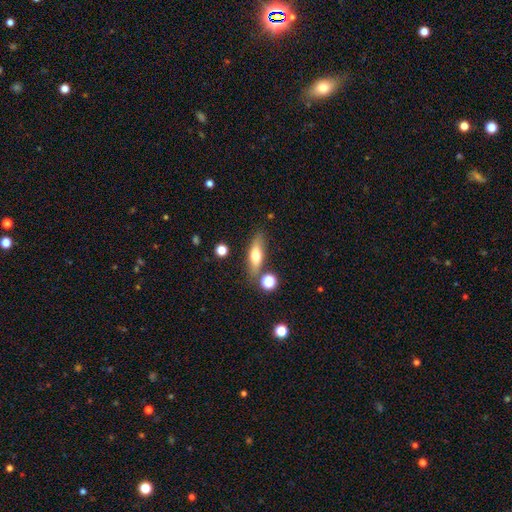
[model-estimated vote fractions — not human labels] Smooth or featured?
  - smooth: 62% *
  - featured or disk: 30%
  - star or artifact: 8%
How rounded?
  - in between: 51% *
  - cigar-shaped: 45%
  - round: 5%
Merging?
  - none: 76% *
  - minor disturbance: 13%
  - merger: 7%
  - major disturbance: 4%